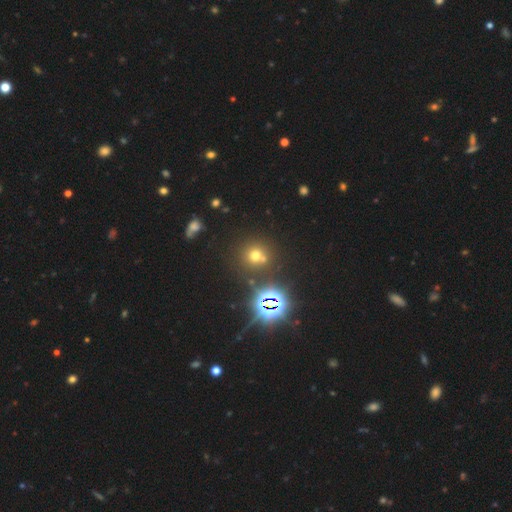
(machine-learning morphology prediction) smooth 55%, star or artifact 34%, featured or disk 10%. Down the decision tree: how rounded — round (88%); merging — none (64%).